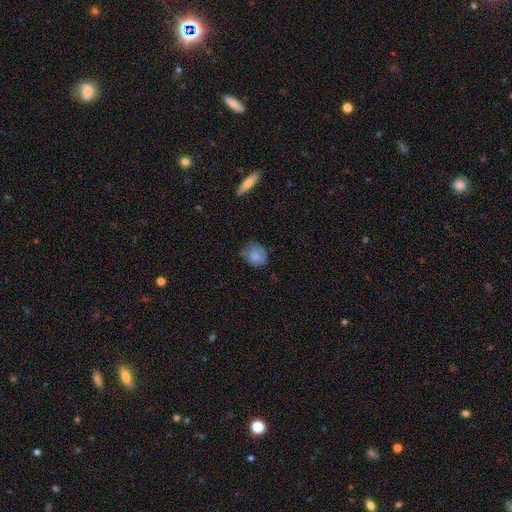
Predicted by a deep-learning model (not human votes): Smooth or featured? smooth (76%)
How rounded? round (58%)
Merging? none (51%)